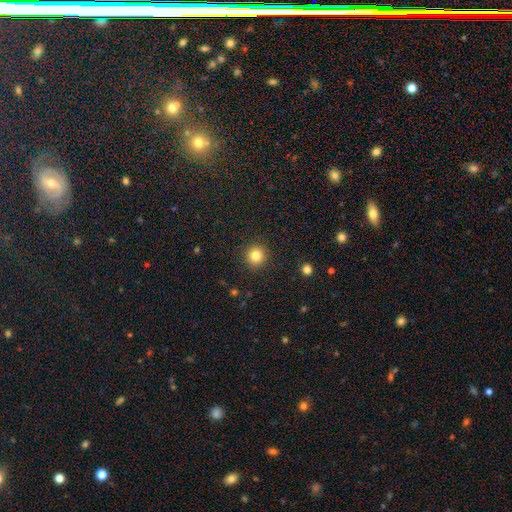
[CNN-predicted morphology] This is clearly a smooth galaxy (83%). How rounded: clearly round (92%). Merging: clearly none (91%).